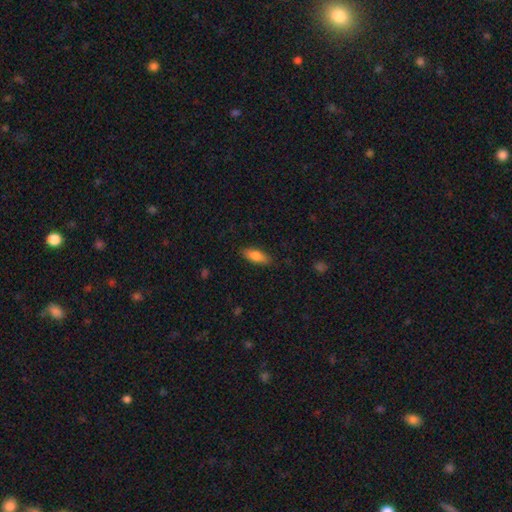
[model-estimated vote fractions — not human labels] smooth-or-featured: smooth: 81% | featured or disk: 13% | star or artifact: 6%
  how-rounded: in between: 70% | cigar-shaped: 28% | round: 2%
  merging: none: 85% | minor disturbance: 11% | major disturbance: 2% | merger: 1%